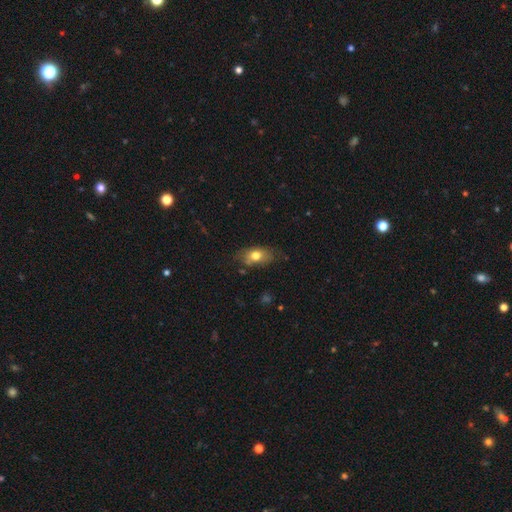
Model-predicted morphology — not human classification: Overall: smooth (73%). How rounded: in between (83%). Merging: none (65%).